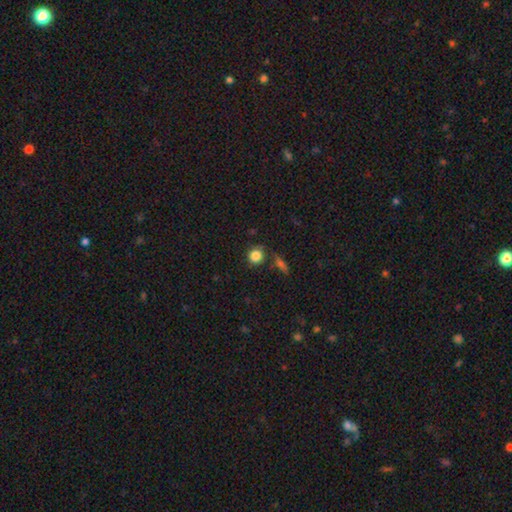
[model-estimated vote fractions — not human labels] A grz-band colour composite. It shows a smooth galaxy with no disk features (84%) that is round (90%). Merging: none (79%).